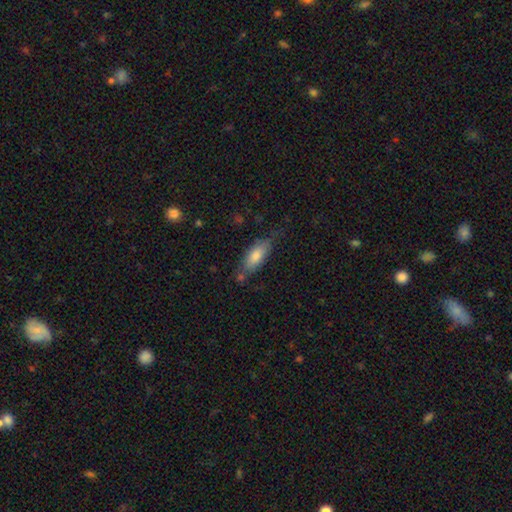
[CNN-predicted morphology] A smooth galaxy with no disk features (74%) that is in between round and cigar-shaped (71%). Merging: none (64%).